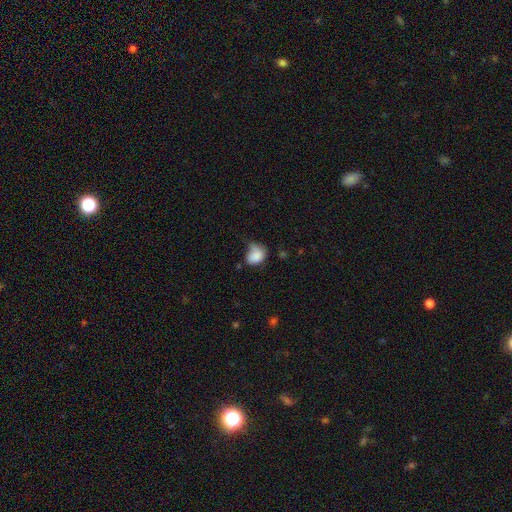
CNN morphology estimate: Overall: smooth (83%). How rounded: in between (59%; round 40%). Merging: minor disturbance (42%; none 32%).